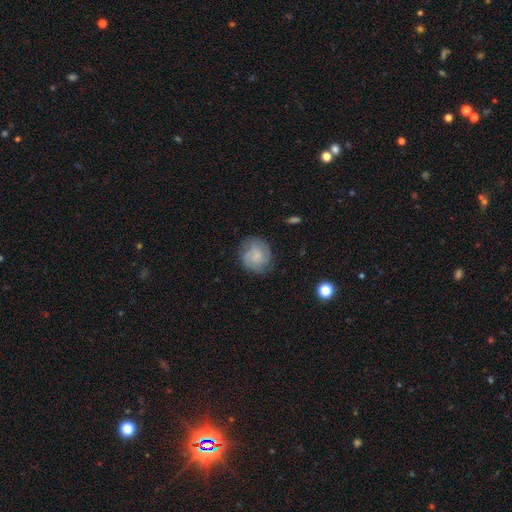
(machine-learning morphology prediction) featured or disk 61%, smooth 32%, star or artifact 8%. Down the decision tree: edge-on disk — no (98%); bar — no (67%); spiral arms — yes (91%); spiral arm count — 2 (34%); spiral winding — tight (51%); bulge size — none (41%); merging — none (74%).